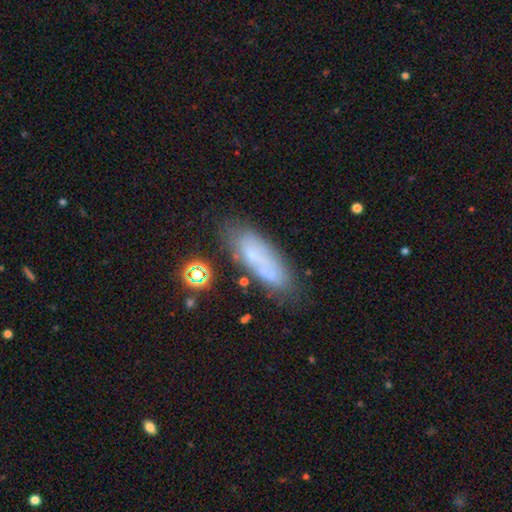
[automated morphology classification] Smooth or featured?
  - smooth: 51% *
  - featured or disk: 36%
  - star or artifact: 12%
How rounded?
  - in between: 59% *
  - cigar-shaped: 38%
  - round: 3%
Merging?
  - none: 66% *
  - minor disturbance: 20%
  - merger: 7%
  - major disturbance: 7%